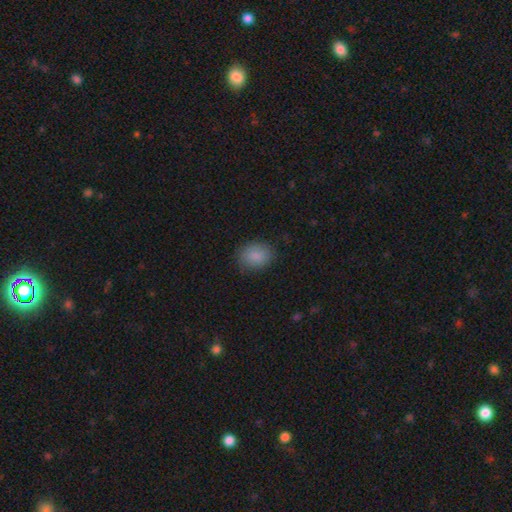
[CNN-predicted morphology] Overall: smooth (87%). How rounded: in between (54%; round 45%). Merging: none (83%).